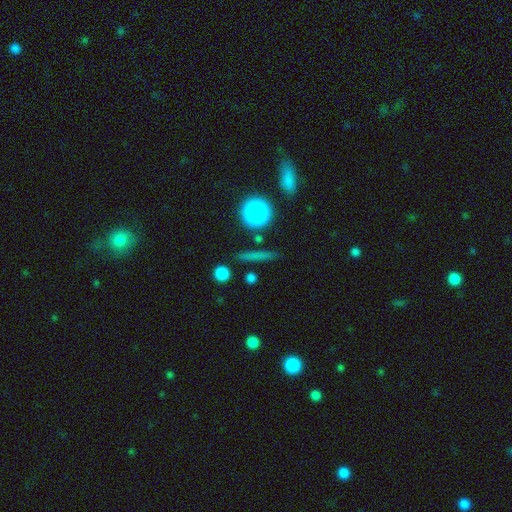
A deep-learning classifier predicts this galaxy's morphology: Smooth or featured?
  - smooth: 57% *
  - featured or disk: 24%
  - star or artifact: 19%
How rounded?
  - cigar-shaped: 68% *
  - round: 23%
  - in between: 9%
Merging?
  - none: 87% *
  - minor disturbance: 8%
  - merger: 3%
  - major disturbance: 2%